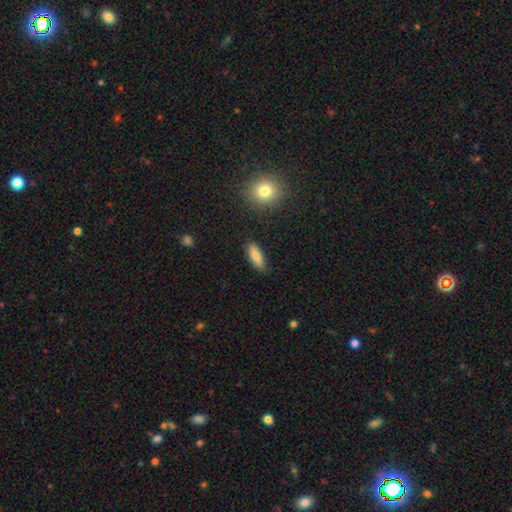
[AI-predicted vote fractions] A smooth galaxy with no disk features (77%) that is in between round and cigar-shaped (60%).

Vote fractions:
- Smooth or featured? smooth: 77% / featured or disk: 16% / star or artifact: 7%
- How rounded? in between: 60% / cigar-shaped: 37% / round: 3%
- Merging? none: 85% / minor disturbance: 11% / major disturbance: 2% / merger: 2%